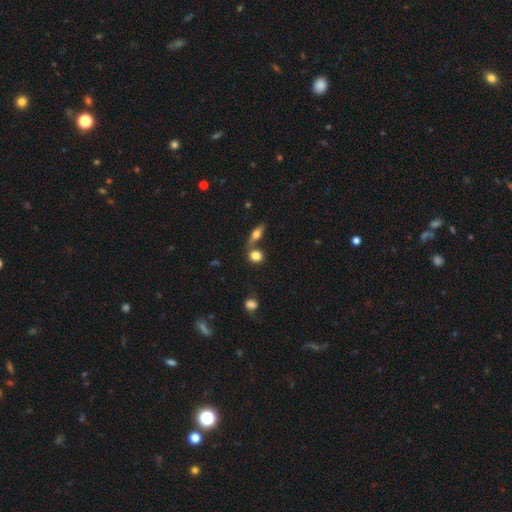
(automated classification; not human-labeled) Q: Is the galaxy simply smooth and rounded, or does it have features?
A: smooth — 79%.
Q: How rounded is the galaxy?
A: round — 58%.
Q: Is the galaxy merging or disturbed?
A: none — 56%.